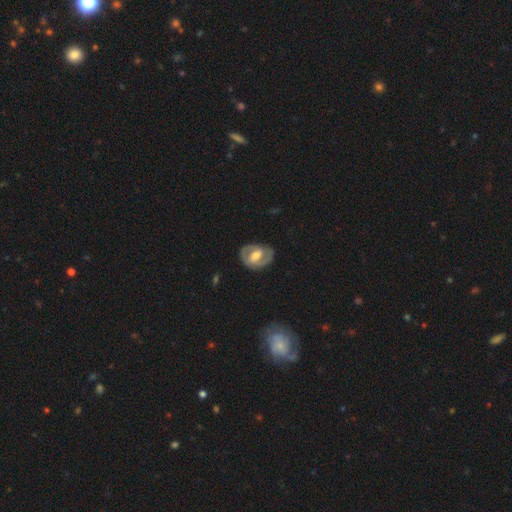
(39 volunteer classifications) This is likely a featured or disk galaxy (64%). It is clearly not viewed edge-on (100%). Bar: possibly weak (48%). Spiral arm pattern: likely yes (60%). Spiral arm count: clearly 2 (80%). Spiral winding: possibly tight (53%). Central bulge: marginally moderate (40%). Merging: possibly none (56%).